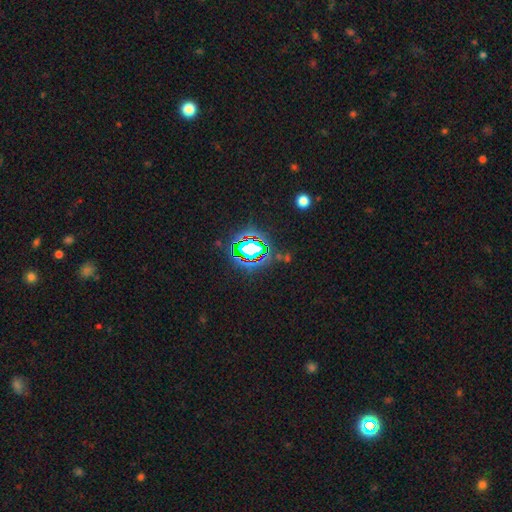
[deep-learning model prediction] This appears to be a star or artifact, not a galaxy (81%).